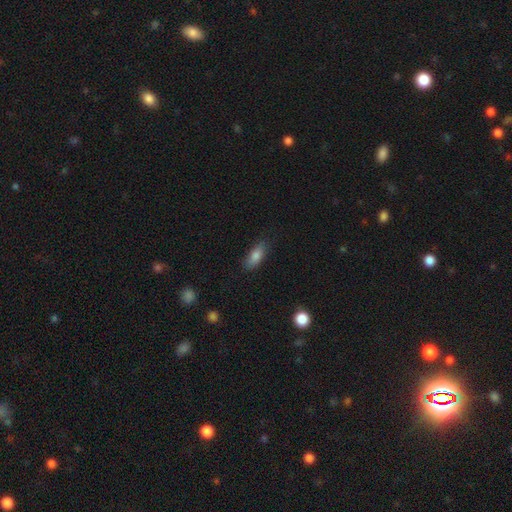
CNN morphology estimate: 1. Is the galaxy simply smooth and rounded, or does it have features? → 81% smooth, 11% featured or disk, 8% star or artifact.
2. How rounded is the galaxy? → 76% in between, 21% cigar-shaped, 3% round.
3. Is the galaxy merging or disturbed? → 81% none, 15% minor disturbance, 3% major disturbance, 1% merger.